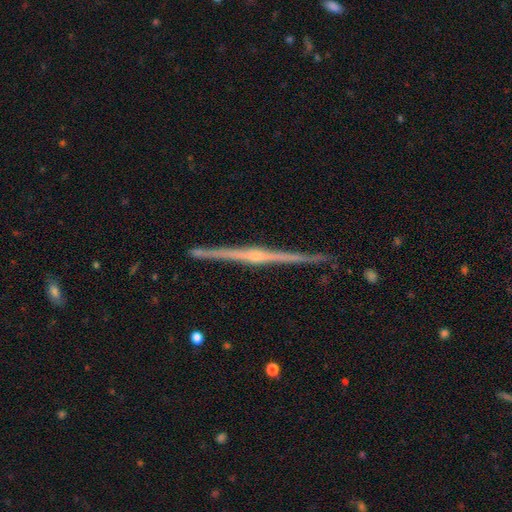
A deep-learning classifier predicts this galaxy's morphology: smooth_or_featured: featured or disk (p=0.88) [alt: smooth p=0.07]
disk_edge_on: yes (p=0.99) [alt: no p=0.01]
edge_on_bulge: rounded (p=0.77) [alt: none p=0.15]
merging: none (p=0.90) [alt: minor disturbance p=0.07]